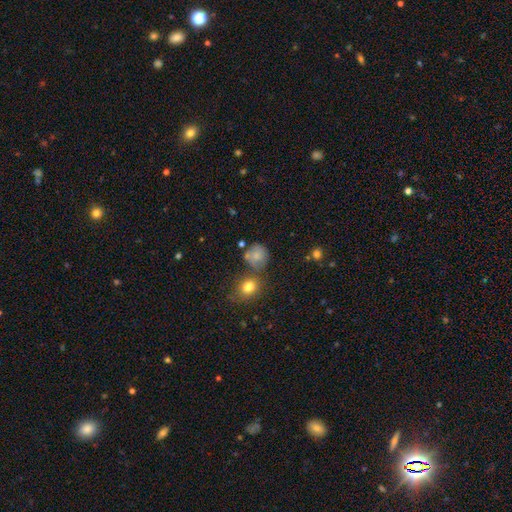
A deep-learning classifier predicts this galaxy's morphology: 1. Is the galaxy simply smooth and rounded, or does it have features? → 75% smooth, 13% featured or disk, 11% star or artifact.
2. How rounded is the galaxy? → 84% round, 15% in between, 1% cigar-shaped.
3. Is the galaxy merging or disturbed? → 62% none, 18% minor disturbance, 13% merger, 6% major disturbance.